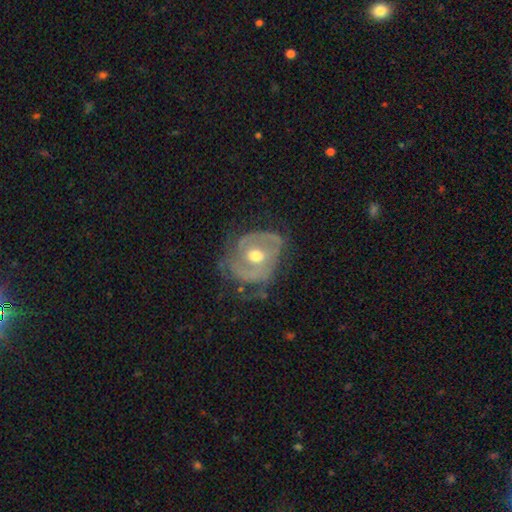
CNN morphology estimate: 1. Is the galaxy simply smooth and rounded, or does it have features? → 74% featured or disk, 20% smooth, 6% star or artifact.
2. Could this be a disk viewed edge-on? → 96% no, 4% yes.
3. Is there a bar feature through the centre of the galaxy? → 70% no, 23% weak, 7% strong.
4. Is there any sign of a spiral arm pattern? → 66% yes, 34% no.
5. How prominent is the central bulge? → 76% moderate, 16% small, 6% large, 1% none, 1% dominant.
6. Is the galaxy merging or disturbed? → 47% none, 27% minor disturbance, 24% major disturbance, 2% merger.